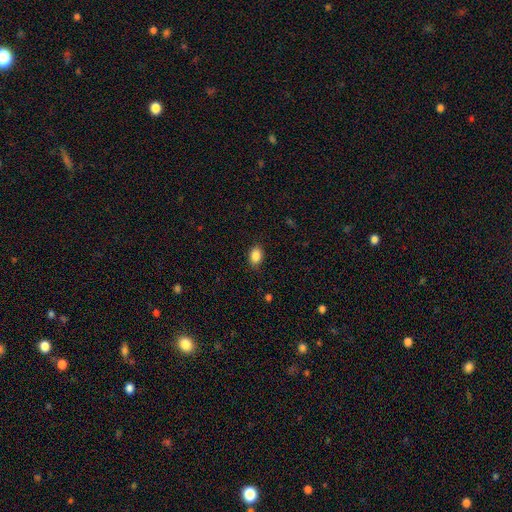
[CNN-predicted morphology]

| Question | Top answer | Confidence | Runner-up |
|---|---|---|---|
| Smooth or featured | smooth | 87% | star or artifact (8%) |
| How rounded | in between | 83% | round (15%) |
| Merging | none | 86% | minor disturbance (11%) |